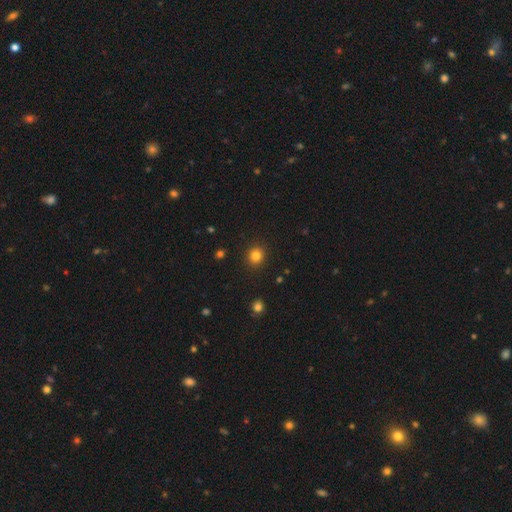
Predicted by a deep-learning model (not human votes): smooth-or-featured: smooth: 82% | star or artifact: 13% | featured or disk: 5%
  how-rounded: round: 85% | in between: 14% | cigar-shaped: 1%
  merging: none: 91% | minor disturbance: 6% | major disturbance: 2% | merger: 1%